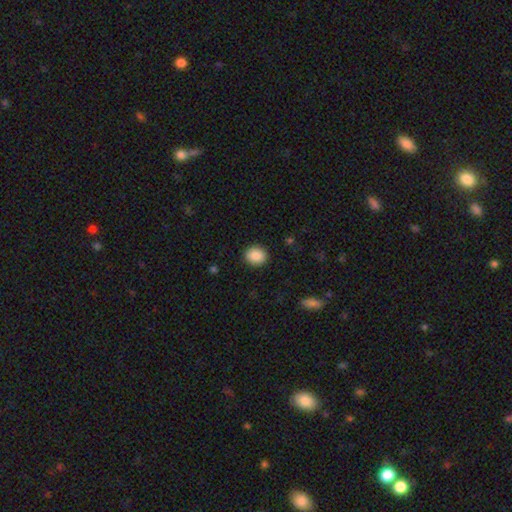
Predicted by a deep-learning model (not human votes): Smooth or featured? smooth (89%)
How rounded? round (70%)
Merging? none (91%)